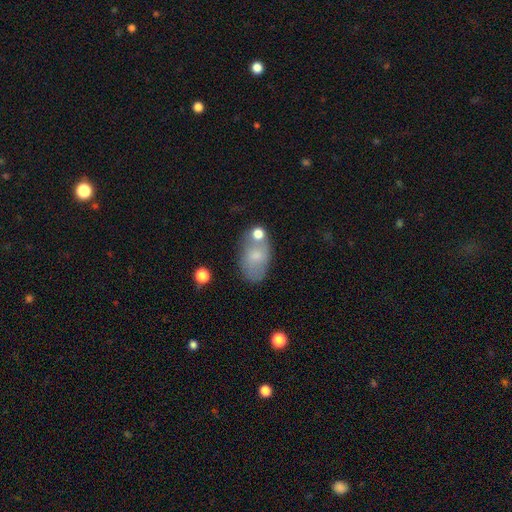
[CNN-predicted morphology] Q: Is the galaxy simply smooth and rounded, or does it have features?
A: smooth — 71%.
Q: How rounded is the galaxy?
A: in between — 89%.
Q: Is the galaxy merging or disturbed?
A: none — 57%.